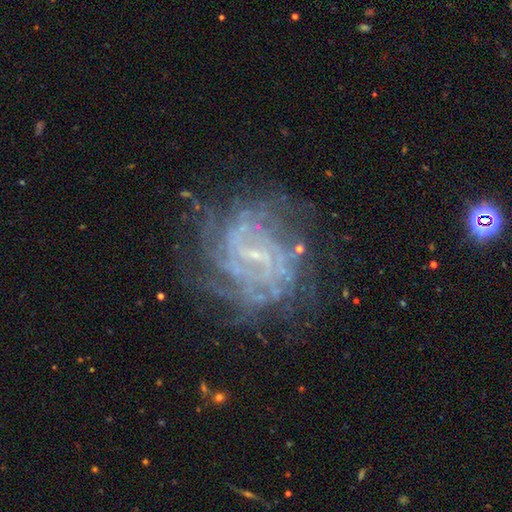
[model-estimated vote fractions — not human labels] Smooth or featured?
  - featured or disk: 83% *
  - star or artifact: 10%
  - smooth: 7%
Edge-on disk?
  - no: 97% *
  - yes: 3%
Bar?
  - weak: 53% *
  - no: 25%
  - strong: 23%
Spiral arms?
  - yes: 89% *
  - no: 11%
Spiral winding?
  - tight: 60% *
  - medium: 30%
  - loose: 10%
Spiral arm count?
  - can't tell: 43% *
  - 4: 14%
  - 2: 13%
  - more than 4: 12%
  - 3: 11%
  - 1: 7%
Bulge size?
  - small: 70% *
  - none: 20%
  - moderate: 9%
  - large: 1%
  - dominant: 1%
Merging?
  - none: 68% *
  - minor disturbance: 16%
  - major disturbance: 14%
  - merger: 2%